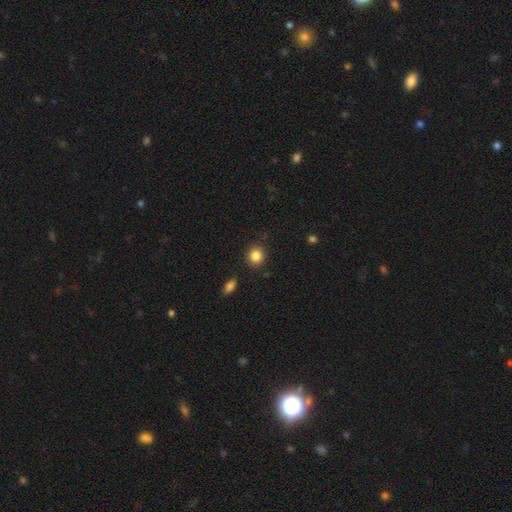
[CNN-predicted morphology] Overall: smooth (86%). How rounded: round (85%). Merging: none (88%).